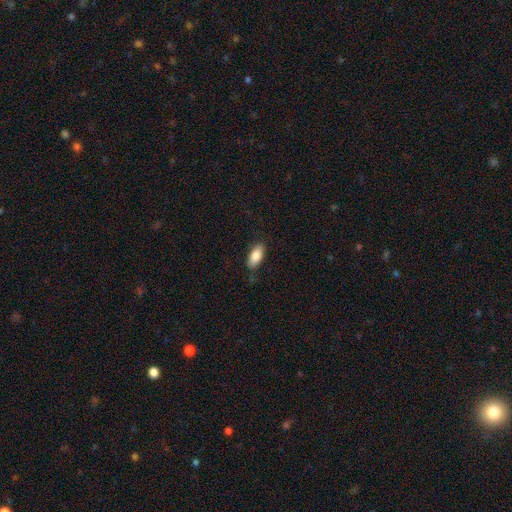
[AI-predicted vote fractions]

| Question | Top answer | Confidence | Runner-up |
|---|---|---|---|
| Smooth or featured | smooth | 85% | featured or disk (8%) |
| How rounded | in between | 87% | cigar-shaped (11%) |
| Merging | none | 82% | minor disturbance (14%) |